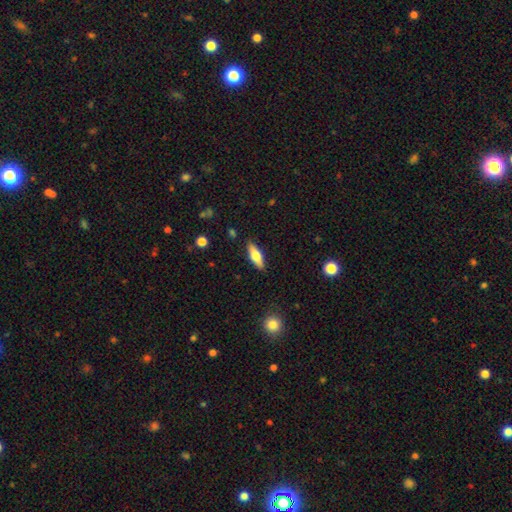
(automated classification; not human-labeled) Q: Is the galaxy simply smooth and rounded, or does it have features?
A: smooth — 57%.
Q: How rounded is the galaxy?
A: in between — 49%.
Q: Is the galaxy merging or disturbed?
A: none — 87%.